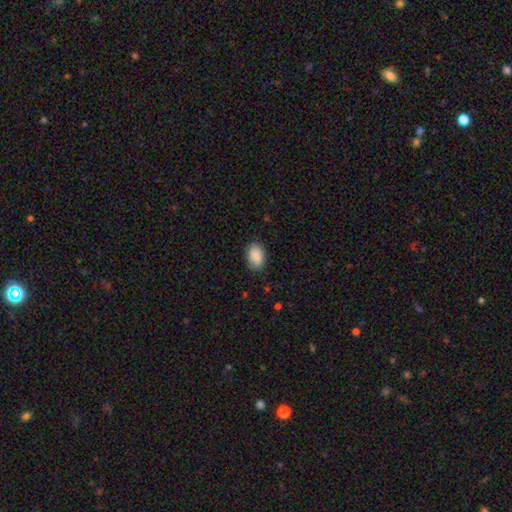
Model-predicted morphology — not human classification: Smooth or featured? smooth (83%)
How rounded? in between (83%)
Merging? none (82%)